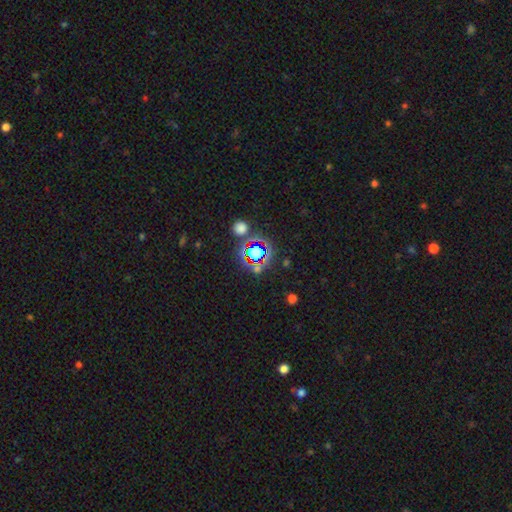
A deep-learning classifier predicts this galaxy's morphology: Smooth or featured: star or artifact — 65% (smooth — 23%)